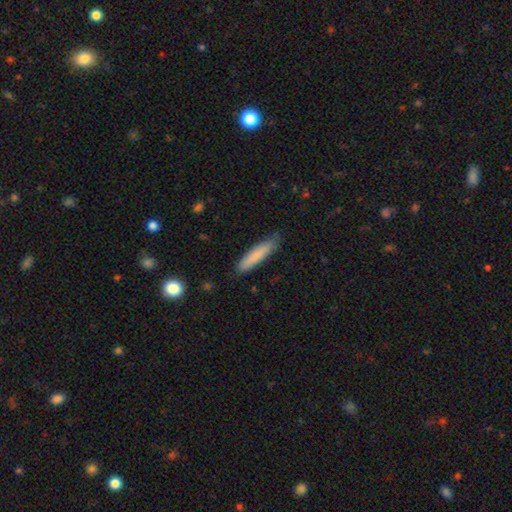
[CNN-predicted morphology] A smooth galaxy with no disk features (81%) that is cigar-shaped (85%).

Vote fractions:
- Smooth or featured? smooth: 81% / featured or disk: 13% / star or artifact: 6%
- How rounded? cigar-shaped: 85% / in between: 14% / round: 1%
- Merging? none: 79% / minor disturbance: 17% / major disturbance: 3% / merger: 1%